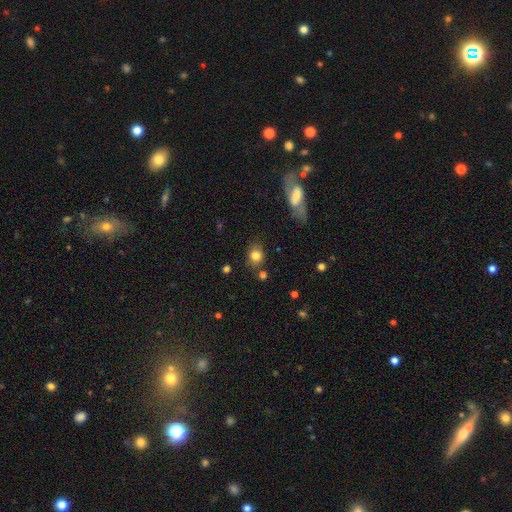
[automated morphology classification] type=smooth (80%); roundness=round (59%); merging=none (72%).